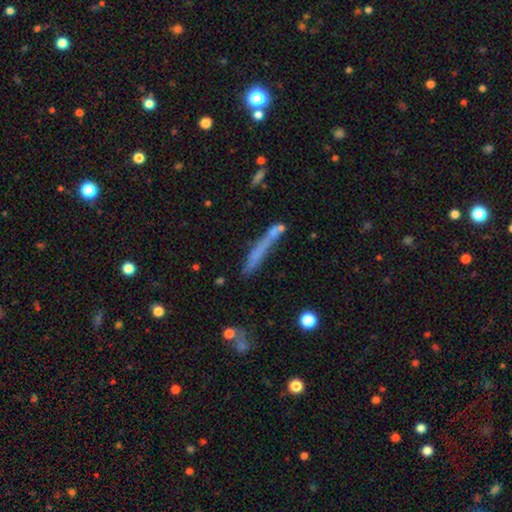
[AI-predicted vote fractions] Smooth or featured: smooth — 57% (featured or disk — 33%)
How rounded: cigar-shaped — 92% (in between — 5%)
Merging: none — 57% (minor disturbance — 19%)